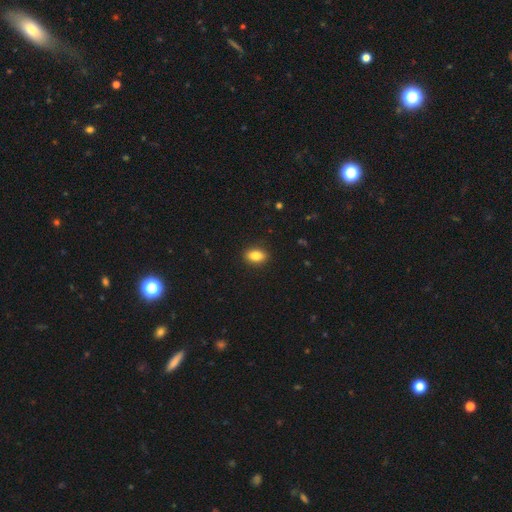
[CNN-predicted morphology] The model was most divided on "how rounded": in between: 86%, round: 12%, cigar-shaped: 3%. More confident: merging — none (90%); smooth or featured — smooth (86%).